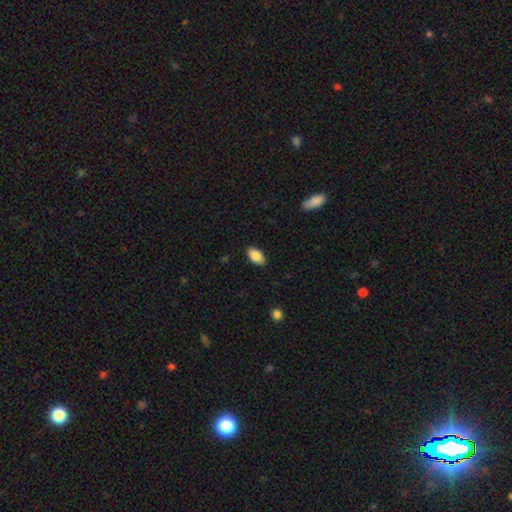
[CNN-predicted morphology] Smooth or featured?
  - smooth: 86% *
  - star or artifact: 7%
  - featured or disk: 7%
How rounded?
  - in between: 94% *
  - round: 4%
  - cigar-shaped: 2%
Merging?
  - none: 87% *
  - minor disturbance: 10%
  - major disturbance: 2%
  - merger: 1%